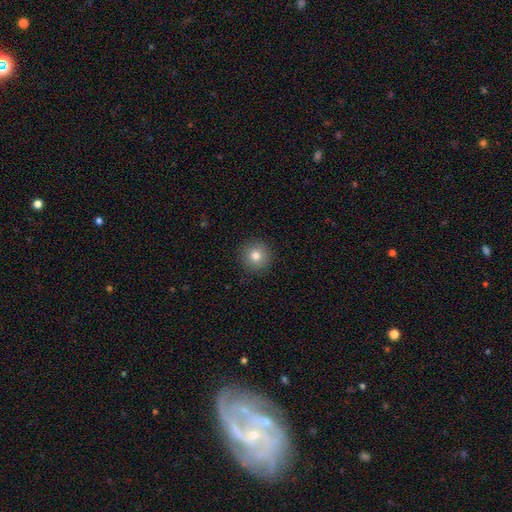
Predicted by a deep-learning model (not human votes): Smooth or featured? smooth (81%)
How rounded? round (95%)
Merging? none (91%)